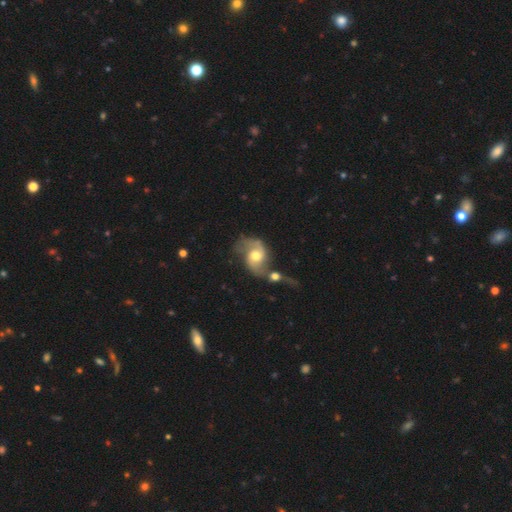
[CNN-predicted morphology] Smooth or featured? featured or disk (78%)
Edge-on disk? no (97%)
Bar? no (61%)
Spiral arms? yes (91%)
Spiral winding? loose (54%)
Spiral arm count? 2 (88%)
Bulge size? moderate (71%)
Merging? merger (36%)